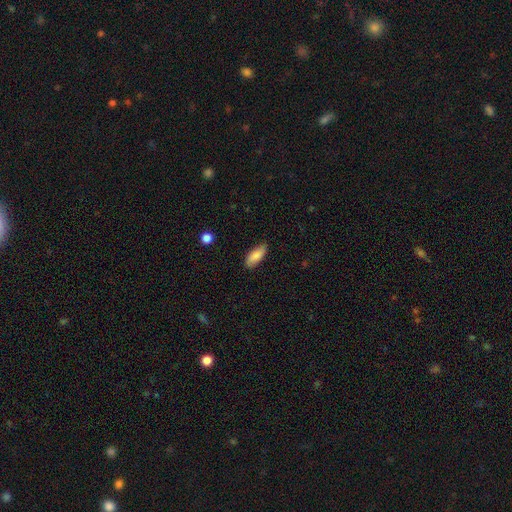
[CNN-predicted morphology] A smooth galaxy with no disk features (83%) that is in between round and cigar-shaped (80%).

Vote fractions:
- Smooth or featured? smooth: 83% / featured or disk: 10% / star or artifact: 6%
- How rounded? in between: 80% / cigar-shaped: 18% / round: 2%
- Merging? none: 80% / minor disturbance: 16% / major disturbance: 3% / merger: 1%